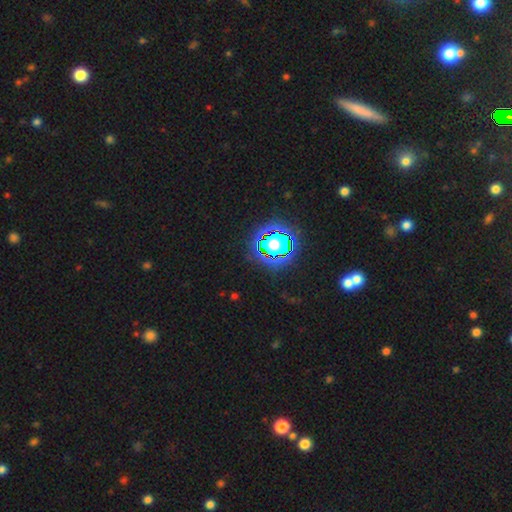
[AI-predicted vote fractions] star or artifact 79%, smooth 13%, featured or disk 8%.